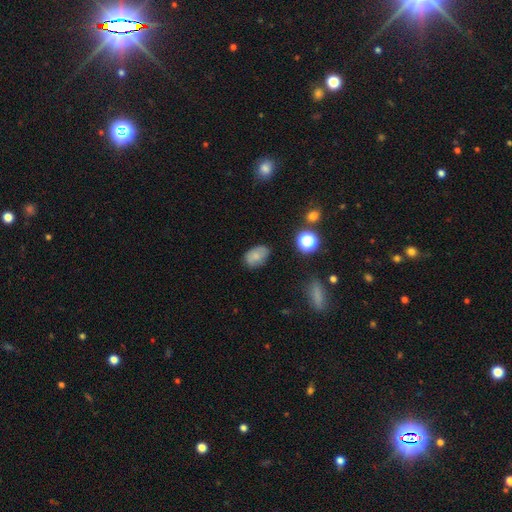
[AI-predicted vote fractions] Smooth or featured: smooth — 77% (featured or disk — 12%)
How rounded: in between — 84% (round — 15%)
Merging: none — 75% (minor disturbance — 19%)